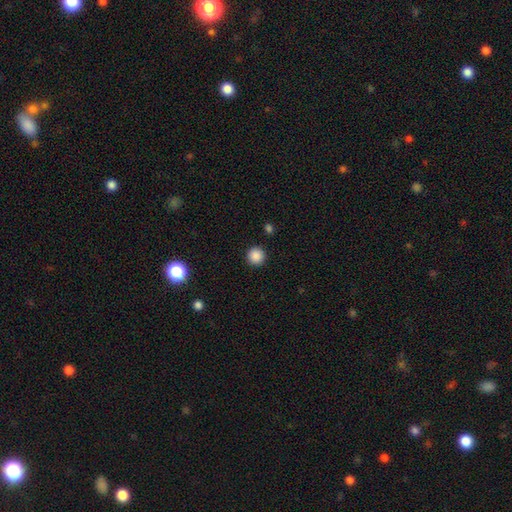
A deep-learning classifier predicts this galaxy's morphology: Smooth or featured? Predicted: smooth (p=0.88). How rounded? Predicted: round (p=0.96). Merging? Predicted: none (p=0.92).